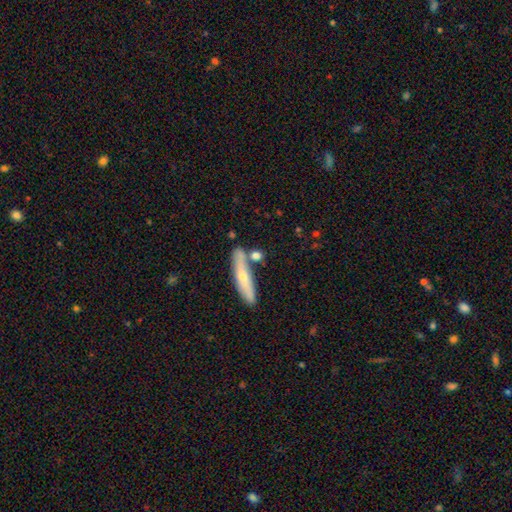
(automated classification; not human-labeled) A smooth galaxy with no disk features (69%) that is cigar-shaped (46%). Merging: none (63%).